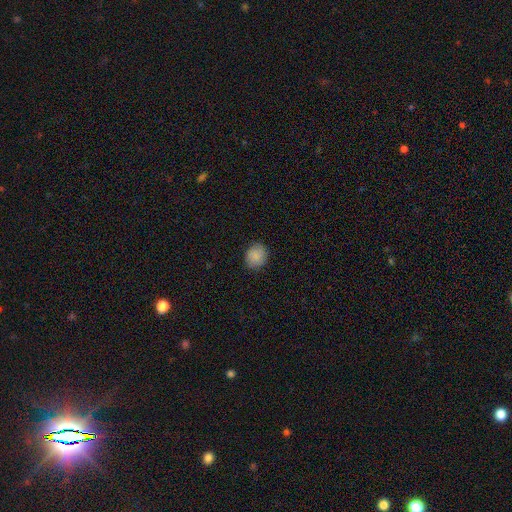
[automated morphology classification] Smooth or featured? smooth (85%)
How rounded? round (72%)
Merging? none (86%)